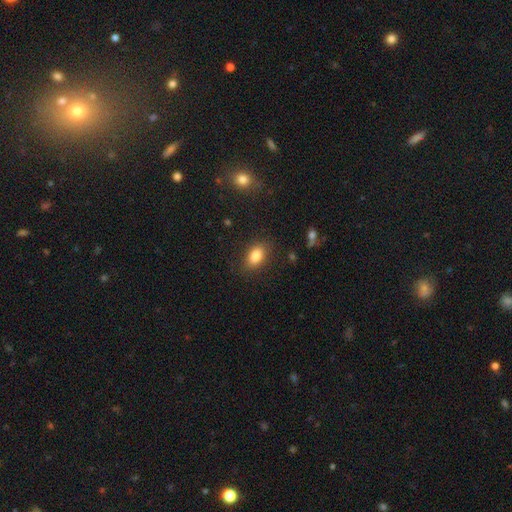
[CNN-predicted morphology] A smooth galaxy with no disk features (84%) that is in between round and cigar-shaped (86%).

Vote fractions:
- Smooth or featured? smooth: 84% / star or artifact: 9% / featured or disk: 7%
- How rounded? in between: 86% / round: 11% / cigar-shaped: 3%
- Merging? none: 84% / minor disturbance: 11% / major disturbance: 3% / merger: 1%